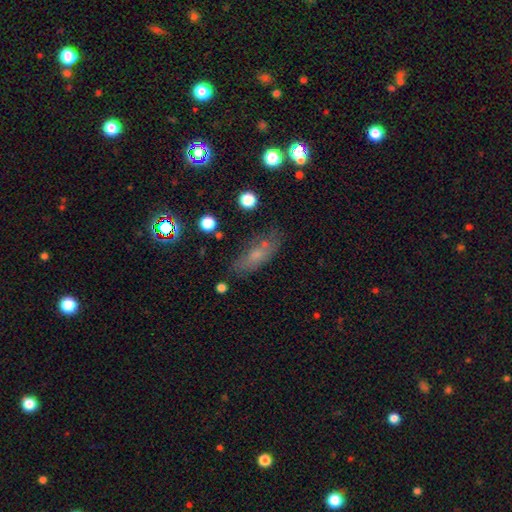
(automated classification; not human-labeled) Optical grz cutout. It shows a smooth galaxy with no disk features (62%) that is in between round and cigar-shaped (65%). Merging: none (69%).